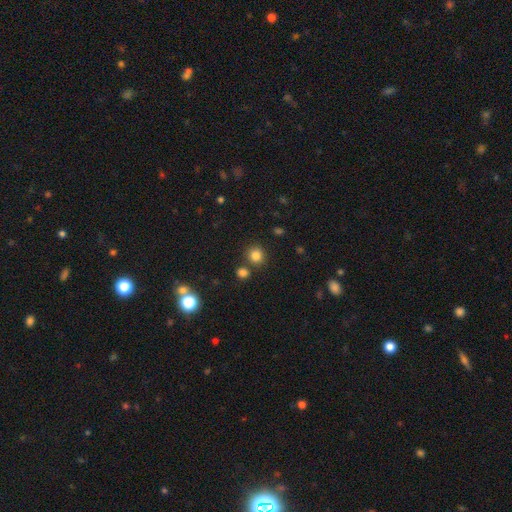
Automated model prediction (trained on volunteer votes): Smooth or featured: smooth — 82% (star or artifact — 13%)
How rounded: round — 88% (in between — 11%)
Merging: none — 78% (merger — 11%)